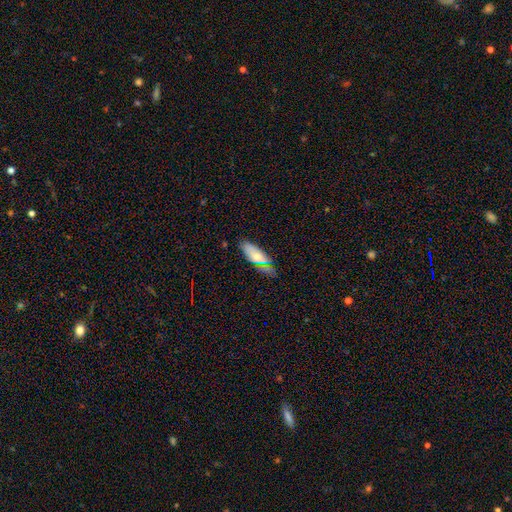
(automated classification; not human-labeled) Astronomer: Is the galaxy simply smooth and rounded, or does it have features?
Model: smooth — 66%.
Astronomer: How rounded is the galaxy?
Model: in between — 70%.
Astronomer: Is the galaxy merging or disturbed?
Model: none — 65%.